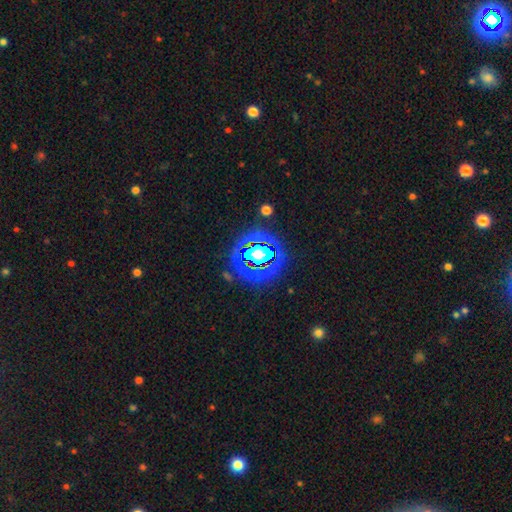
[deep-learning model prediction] Smooth or featured: star or artifact — 76% (smooth — 14%)